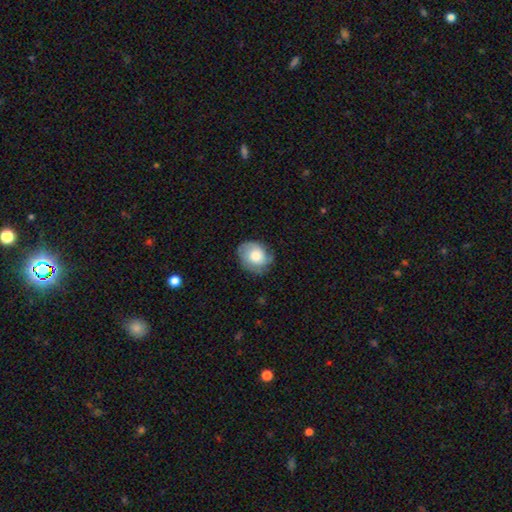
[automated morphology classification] A smooth galaxy with no disk features (56%) that is round (57%). Merging: none (67%).